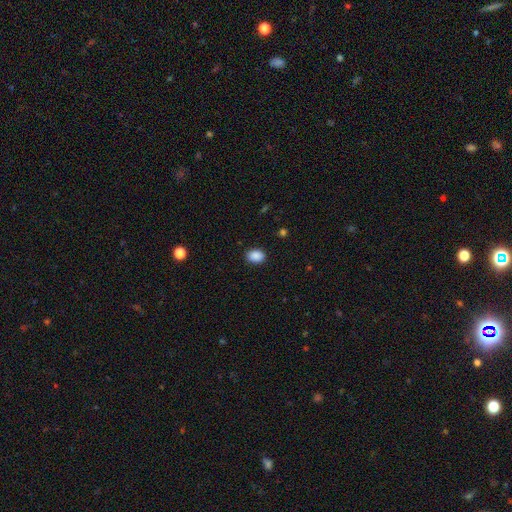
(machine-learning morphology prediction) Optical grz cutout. It shows a smooth galaxy with no disk features (89%) that is in between round and cigar-shaped (71%). Merging: none (89%).